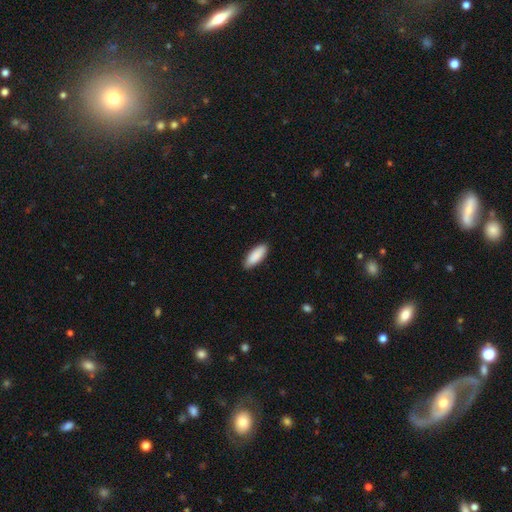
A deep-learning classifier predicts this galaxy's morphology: A smooth galaxy with no disk features (90%) that is in between round and cigar-shaped (71%).

Vote fractions:
- Smooth or featured? smooth: 90% / star or artifact: 5% / featured or disk: 5%
- How rounded? in between: 71% / cigar-shaped: 27% / round: 1%
- Merging? none: 87% / minor disturbance: 10% / major disturbance: 2% / merger: 1%